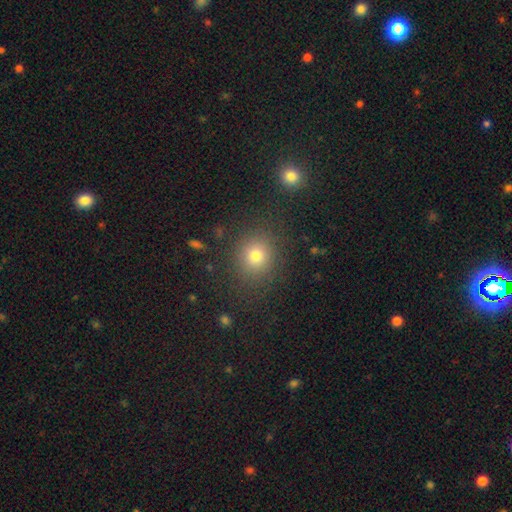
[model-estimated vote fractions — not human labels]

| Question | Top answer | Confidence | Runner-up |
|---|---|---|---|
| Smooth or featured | smooth | 76% | star or artifact (16%) |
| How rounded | round | 81% | in between (18%) |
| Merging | none | 85% | minor disturbance (9%) |